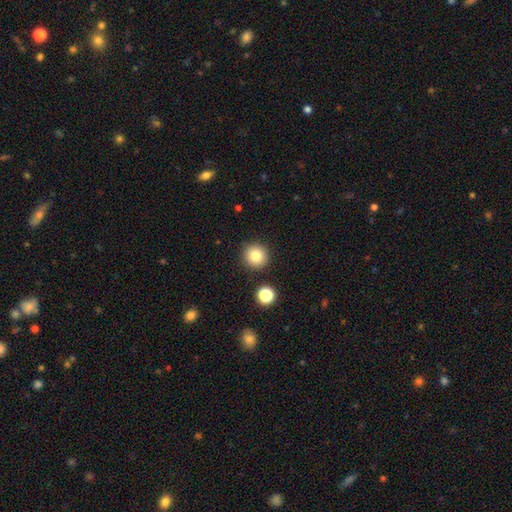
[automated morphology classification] Overall: smooth (82%). How rounded: round (94%). Merging: none (89%).